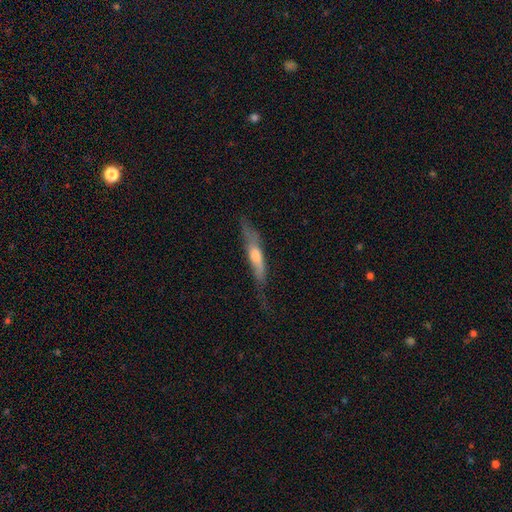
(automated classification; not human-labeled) Smooth or featured? featured or disk (49%)
Merging? none (51%)